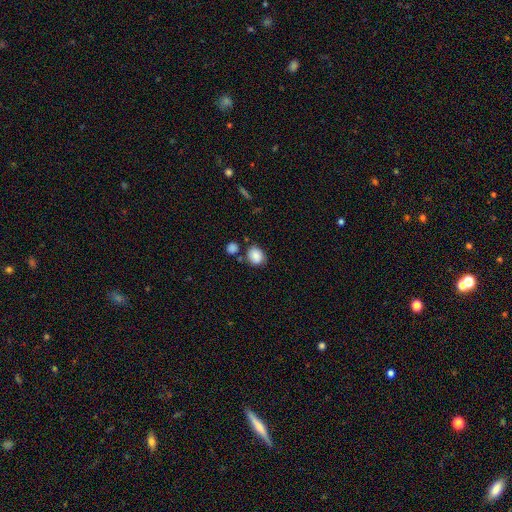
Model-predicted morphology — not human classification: Smooth or featured?
  - smooth: 85% *
  - star or artifact: 9%
  - featured or disk: 6%
How rounded?
  - round: 62% *
  - in between: 37%
  - cigar-shaped: 1%
Merging?
  - none: 72% *
  - minor disturbance: 14%
  - merger: 11%
  - major disturbance: 4%